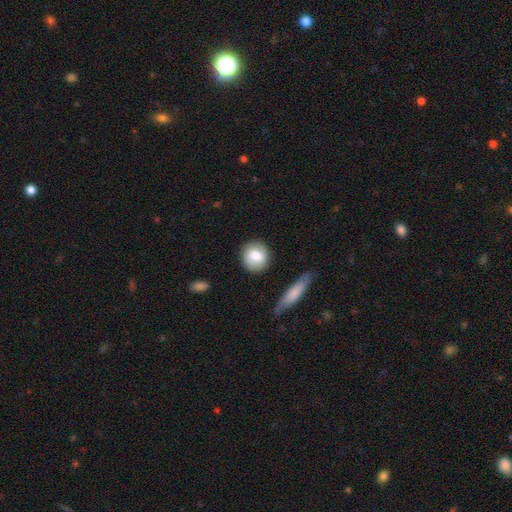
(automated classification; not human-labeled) smooth-or-featured: smooth: 76% | featured or disk: 18% | star or artifact: 6%
  how-rounded: round: 84% | in between: 14% | cigar-shaped: 2%
  merging: none: 85% | minor disturbance: 10% | merger: 3% | major disturbance: 2%